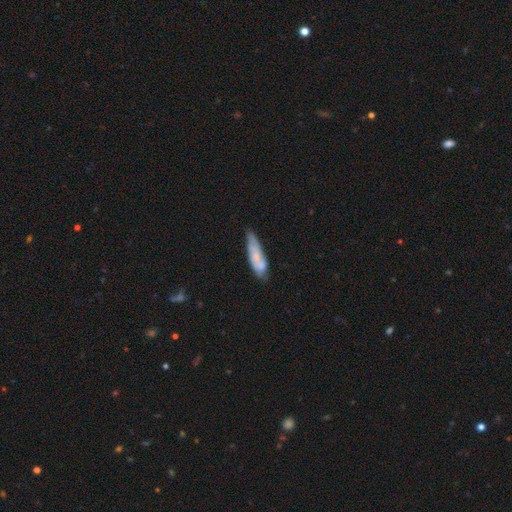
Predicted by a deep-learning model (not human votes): This is possibly a smooth galaxy (59%). How rounded: possibly cigar-shaped (58%). Merging: possibly none (55%).